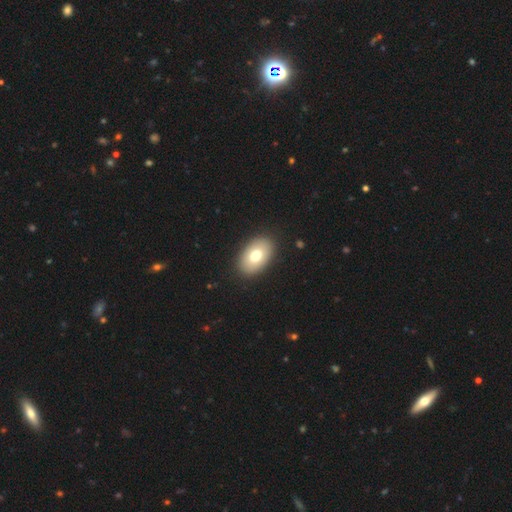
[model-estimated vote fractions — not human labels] This appears to be a smooth galaxy with no disk features (75%) that is in between round and cigar-shaped (92%). Merging: none (90%).